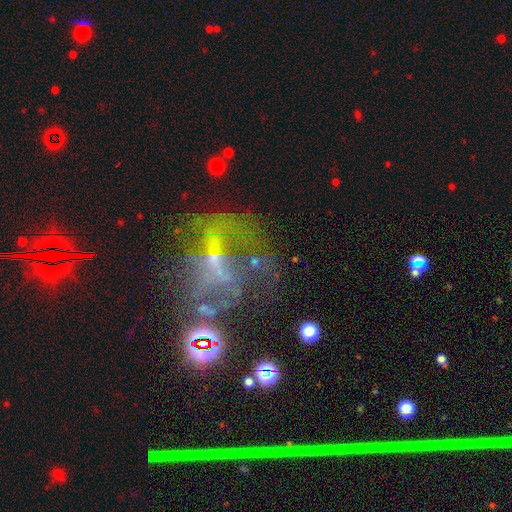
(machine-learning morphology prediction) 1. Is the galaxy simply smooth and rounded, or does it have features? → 52% featured or disk, 34% star or artifact, 14% smooth.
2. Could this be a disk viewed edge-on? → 92% no, 8% yes.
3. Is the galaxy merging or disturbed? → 39% none, 35% major disturbance, 18% minor disturbance, 8% merger.